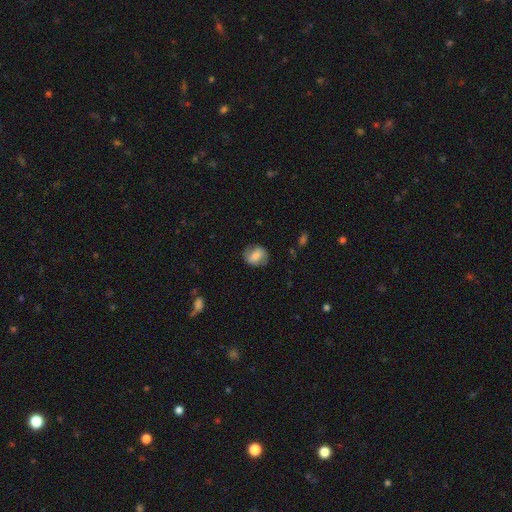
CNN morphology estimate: Q: Smooth or featured?
A: smooth (72%); runner-up: featured or disk (20%)
Q: How rounded?
A: round (51%); runner-up: in between (47%)
Q: Merging?
A: none (78%); runner-up: minor disturbance (16%)